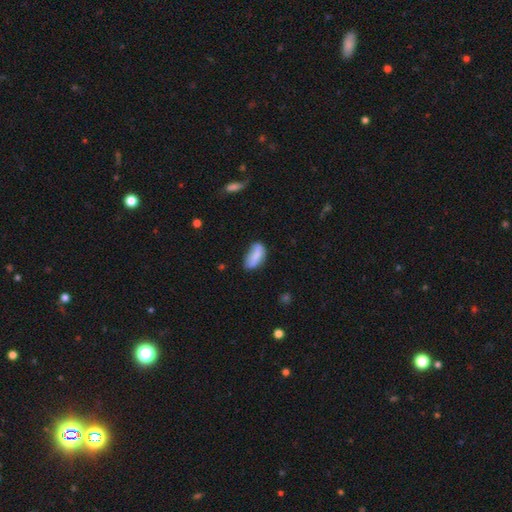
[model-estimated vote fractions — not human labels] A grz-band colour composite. It shows a smooth galaxy with no disk features (75%) that is in between round and cigar-shaped (89%). Merging: none (57%).